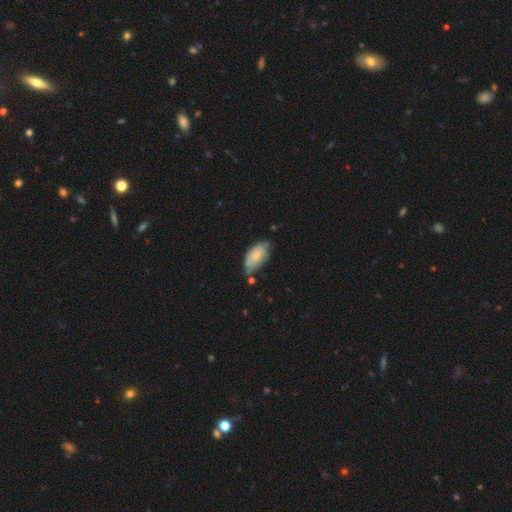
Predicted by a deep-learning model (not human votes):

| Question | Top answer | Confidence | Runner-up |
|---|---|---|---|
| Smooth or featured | smooth | 70% | featured or disk (24%) |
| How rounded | in between | 94% | cigar-shaped (3%) |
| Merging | none | 51% | minor disturbance (35%) |